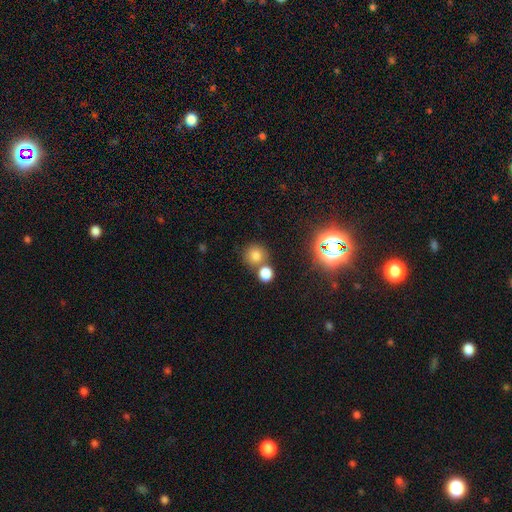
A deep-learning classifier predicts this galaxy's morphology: smooth_or_featured: smooth (p=0.76) [alt: star or artifact p=0.16]
how_rounded: round (p=0.88) [alt: in between p=0.11]
merging: none (p=0.63) [alt: merger p=0.26]